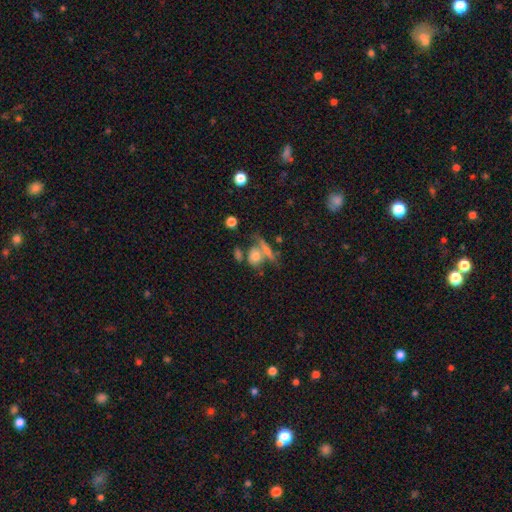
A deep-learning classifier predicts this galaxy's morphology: Q: Smooth or featured?
A: smooth (66%); runner-up: featured or disk (22%)
Q: How rounded?
A: in between (46%); runner-up: round (44%)
Q: Merging?
A: none (41%); runner-up: merger (35%)